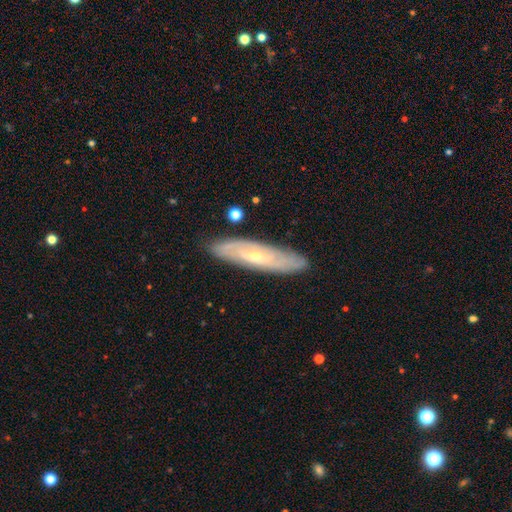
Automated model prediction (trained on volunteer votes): Q: Smooth or featured?
A: featured or disk (70%); runner-up: smooth (24%)
Q: Edge-on disk?
A: no (67%); runner-up: yes (33%)
Q: Merging?
A: none (85%); runner-up: minor disturbance (11%)